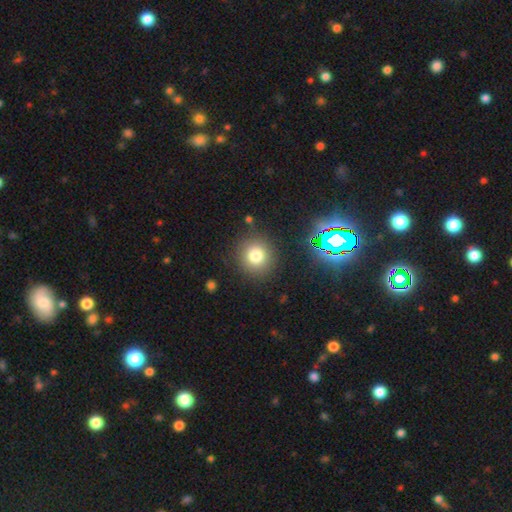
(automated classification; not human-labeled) smooth-or-featured: smooth: 76% | star or artifact: 16% | featured or disk: 8%
  how-rounded: round: 91% | in between: 8% | cigar-shaped: 1%
  merging: none: 87% | minor disturbance: 8% | major disturbance: 3% | merger: 2%